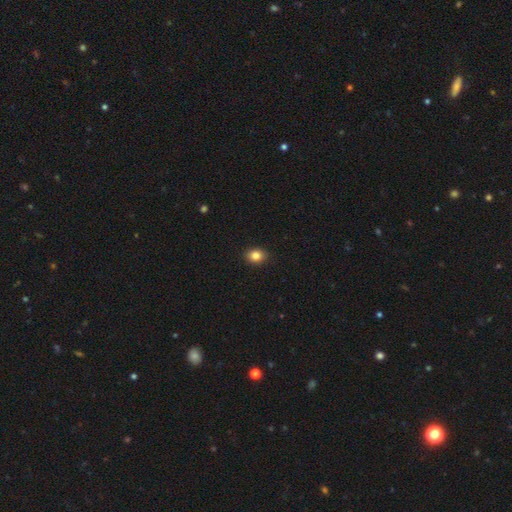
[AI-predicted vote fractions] smooth-or-featured: smooth: 85% | star or artifact: 10% | featured or disk: 5%
  how-rounded: in between: 50% (tied) | round: 50% (tied) | cigar-shaped: 1%
  merging: none: 90% | minor disturbance: 8% | major disturbance: 2% | merger: 1%